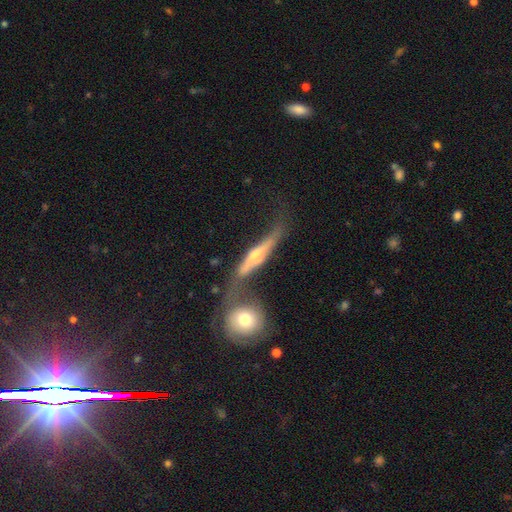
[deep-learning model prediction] Smooth or featured?
  - featured or disk: 68% *
  - smooth: 24%
  - star or artifact: 7%
Edge-on disk?
  - yes: 70% *
  - no: 30%
Merging?
  - merger: 38% *
  - none: 31%
  - minor disturbance: 16%
  - major disturbance: 15%